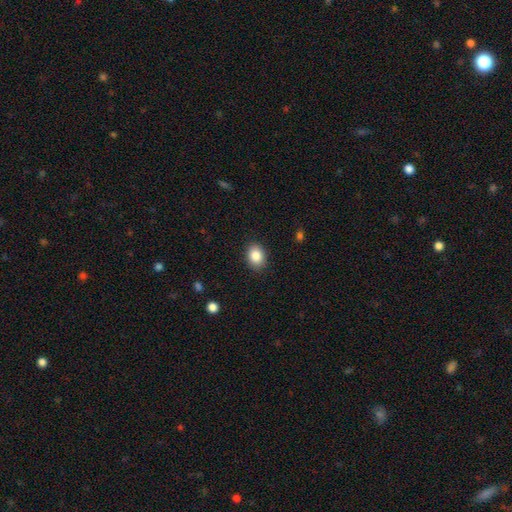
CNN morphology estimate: Smooth or featured: smooth — 86% (star or artifact — 8%)
How rounded: in between — 66% (round — 33%)
Merging: none — 89% (minor disturbance — 8%)